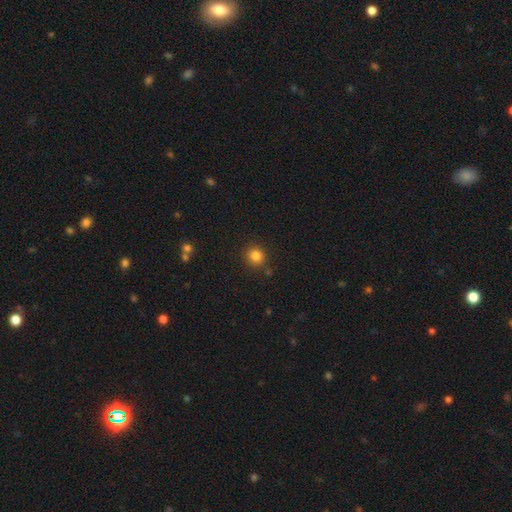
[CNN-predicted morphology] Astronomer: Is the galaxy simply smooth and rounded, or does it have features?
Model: smooth — 83%.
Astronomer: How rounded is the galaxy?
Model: round — 91%.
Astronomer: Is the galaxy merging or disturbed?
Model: none — 86%.